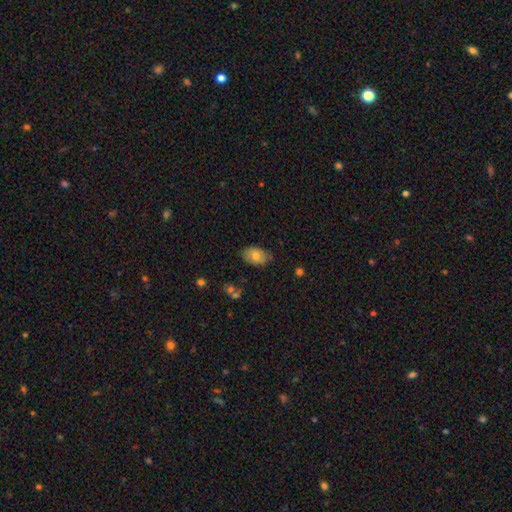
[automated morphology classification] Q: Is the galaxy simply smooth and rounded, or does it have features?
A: smooth — 77%.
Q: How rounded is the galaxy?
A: in between — 87%.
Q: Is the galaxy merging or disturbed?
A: none — 77%.